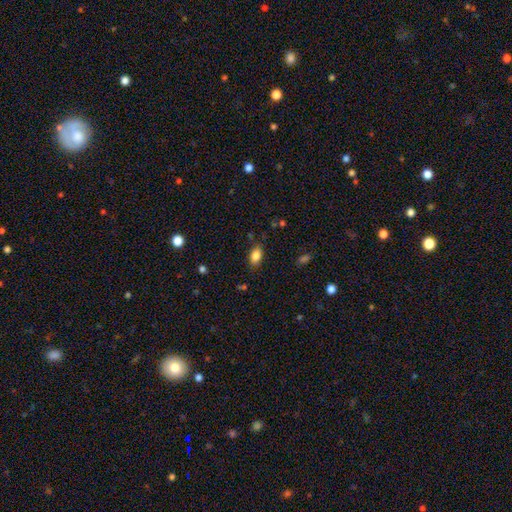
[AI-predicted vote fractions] Smooth or featured: smooth — 85% (star or artifact — 9%)
How rounded: in between — 87% (round — 11%)
Merging: none — 82% (minor disturbance — 13%)